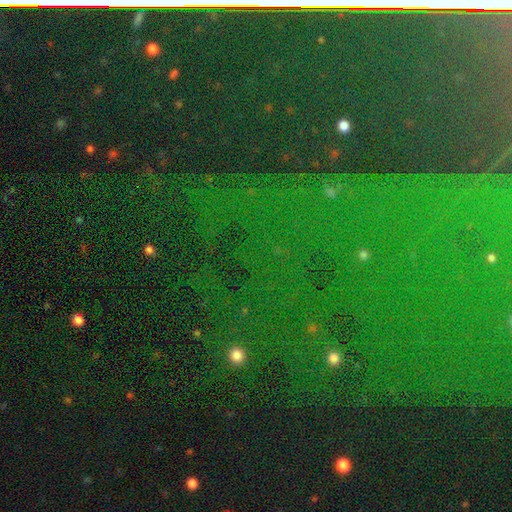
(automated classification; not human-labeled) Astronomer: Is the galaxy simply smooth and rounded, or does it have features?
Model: star or artifact — 82%.